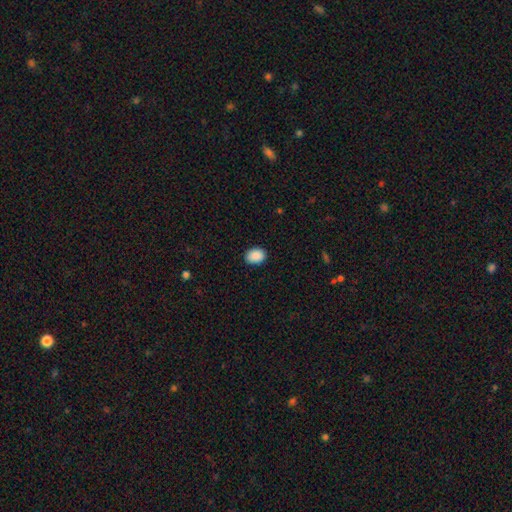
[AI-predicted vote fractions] Smooth or featured? Predicted: smooth (p=0.90). How rounded? Predicted: in between (p=0.70). Merging? Predicted: none (p=0.89).